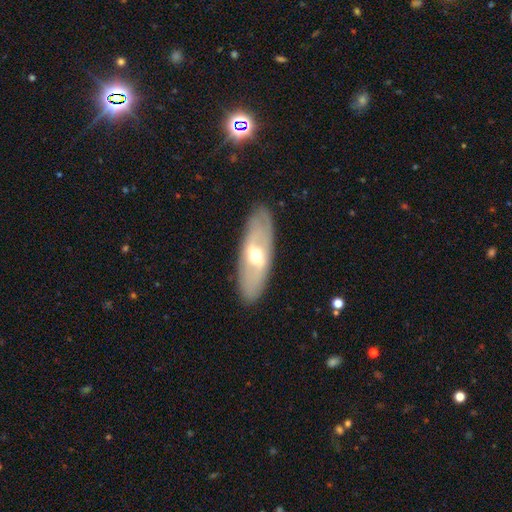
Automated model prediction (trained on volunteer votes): This is likely a featured or disk galaxy (60%). It is likely not viewed edge-on (74%). Merging: clearly none (87%).